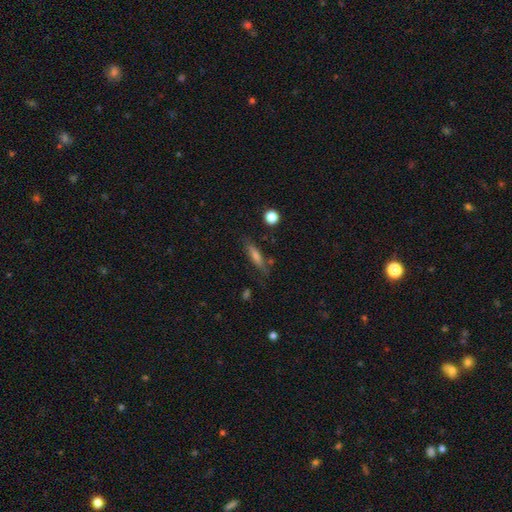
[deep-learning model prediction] The model was most divided on "smooth or featured": smooth: 60%, featured or disk: 31%, star or artifact: 10%. More confident: how rounded — cigar-shaped (77%); merging — none (77%).